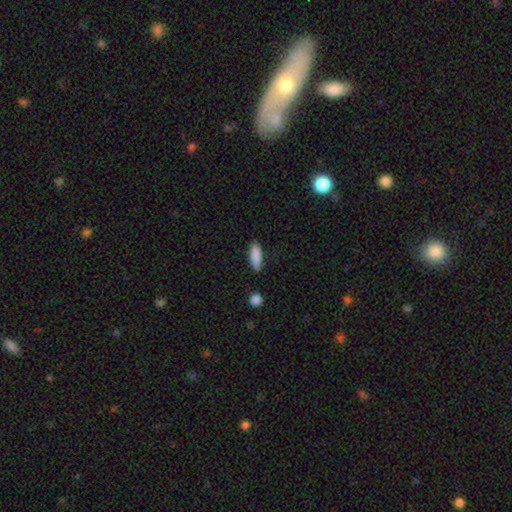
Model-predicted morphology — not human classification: smooth_or_featured: smooth (p=0.87) [alt: star or artifact p=0.07]
how_rounded: in between (p=0.51) [alt: cigar-shaped p=0.47]
merging: none (p=0.79) [alt: minor disturbance p=0.15]